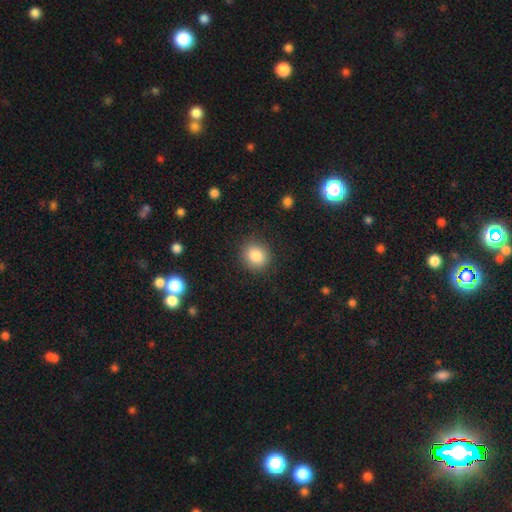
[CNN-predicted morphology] This is clearly a smooth galaxy (84%). How rounded: clearly round (82%). Merging: clearly none (88%).